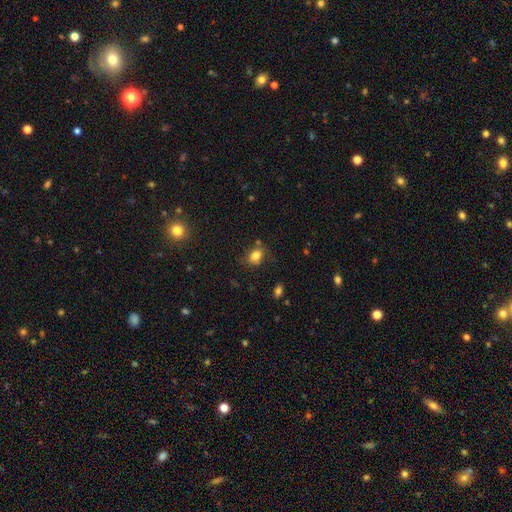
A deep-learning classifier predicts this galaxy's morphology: A smooth galaxy with no disk features (81%) that is in between round and cigar-shaped (51%).

Vote fractions:
- Smooth or featured? smooth: 81% / star or artifact: 12% / featured or disk: 7%
- How rounded? in between: 51% / round: 48% / cigar-shaped: 1%
- Merging? none: 71% / minor disturbance: 18% / merger: 6% / major disturbance: 5%